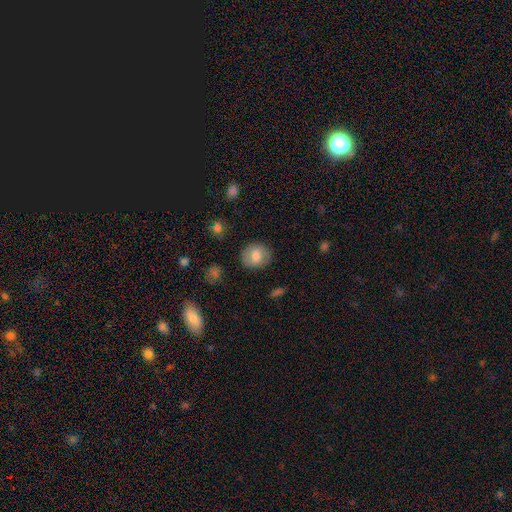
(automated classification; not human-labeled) Smooth or featured? smooth (72%)
How rounded? round (72%)
Merging? none (85%)